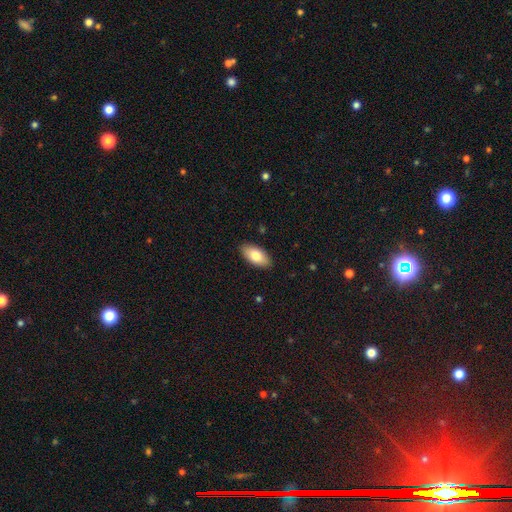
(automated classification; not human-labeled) This is likely a smooth galaxy (79%). How rounded: clearly in between (93%). Merging: clearly none (88%).